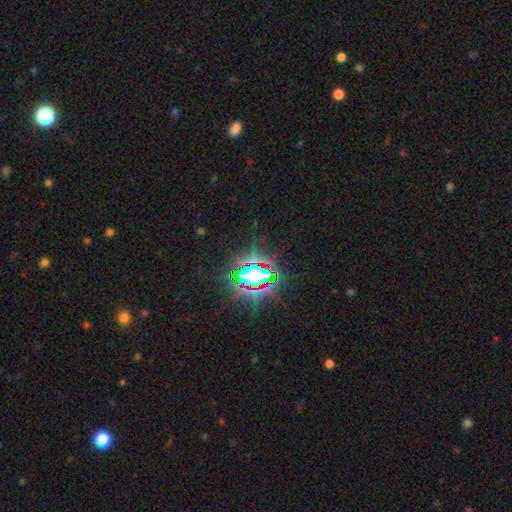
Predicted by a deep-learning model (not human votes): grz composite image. It shows a star or artifact, not a galaxy (79%).